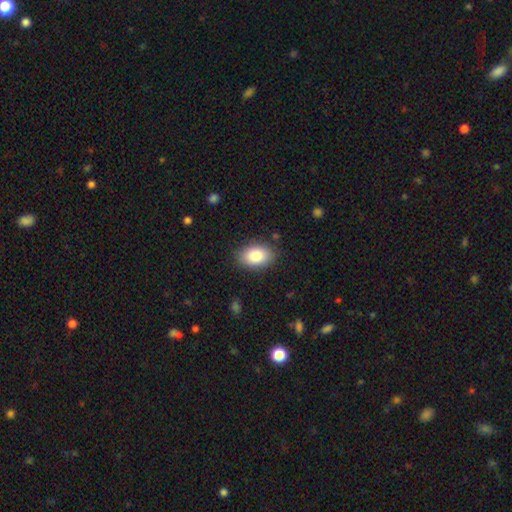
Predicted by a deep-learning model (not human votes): smooth 85%, featured or disk 8%, star or artifact 7%. Down the decision tree: how rounded — in between (87%); merging — none (86%).